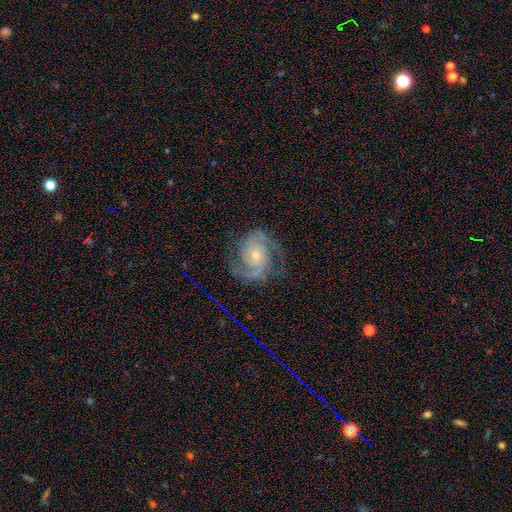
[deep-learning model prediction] Smooth or featured? featured or disk (90%)
Edge-on disk? no (98%)
Bar? no (74%)
Spiral arms? yes (98%)
Spiral winding? medium (46%)
Spiral arm count? 2 (74%)
Bulge size? small (63%)
Merging? none (76%)